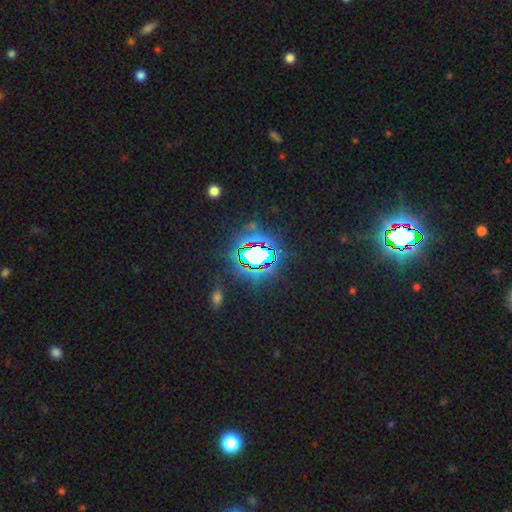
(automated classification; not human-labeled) Smooth or featured: star or artifact — 76% (smooth — 15%)